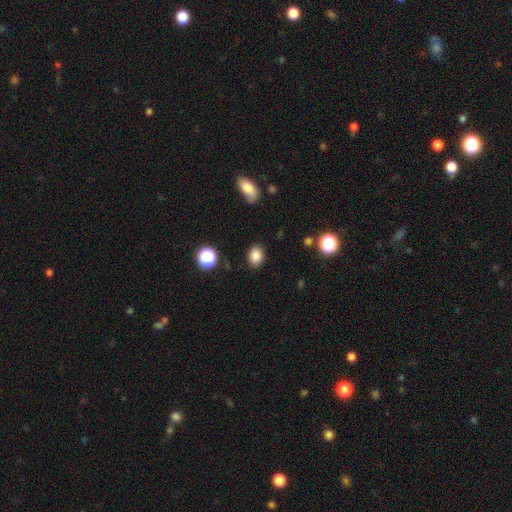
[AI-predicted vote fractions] smooth-or-featured: smooth: 85% | star or artifact: 10% | featured or disk: 5%
  how-rounded: in between: 67% | round: 32% | cigar-shaped: 1%
  merging: none: 86% | minor disturbance: 9% | major disturbance: 3% | merger: 2%